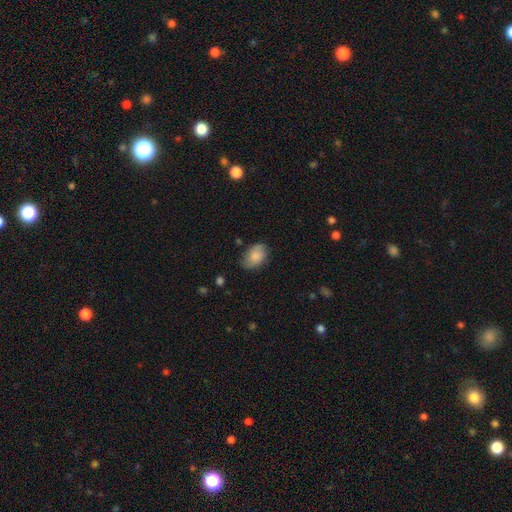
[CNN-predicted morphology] Overall: smooth (82%). How rounded: in between (85%). Merging: none (73%).